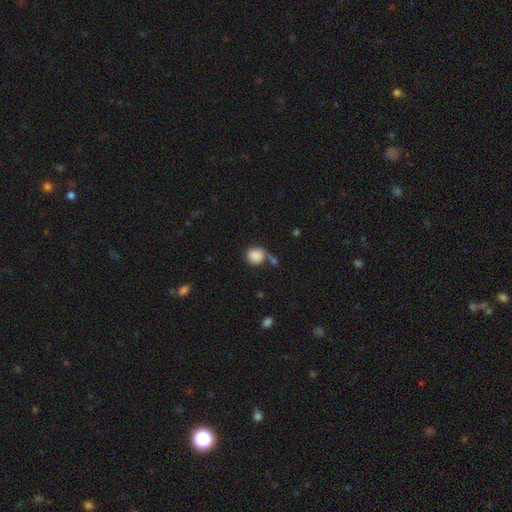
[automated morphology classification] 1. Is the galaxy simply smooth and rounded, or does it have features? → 85% smooth, 8% star or artifact, 7% featured or disk.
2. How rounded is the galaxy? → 77% round, 22% in between, 1% cigar-shaped.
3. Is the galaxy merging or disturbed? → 50% none, 20% merger, 19% minor disturbance, 11% major disturbance.